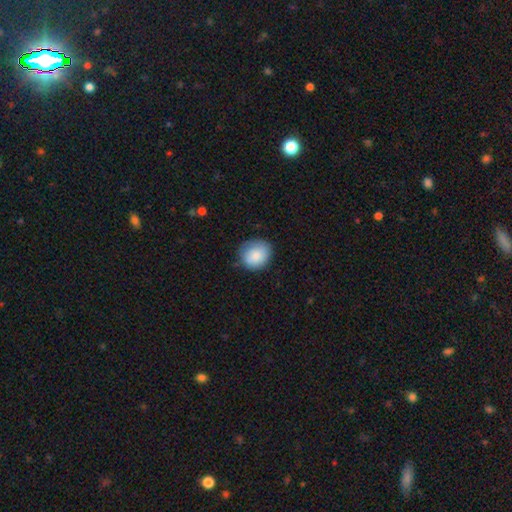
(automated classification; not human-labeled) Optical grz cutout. It shows a smooth galaxy with no disk features (84%) that is round (75%). Merging: none (71%).